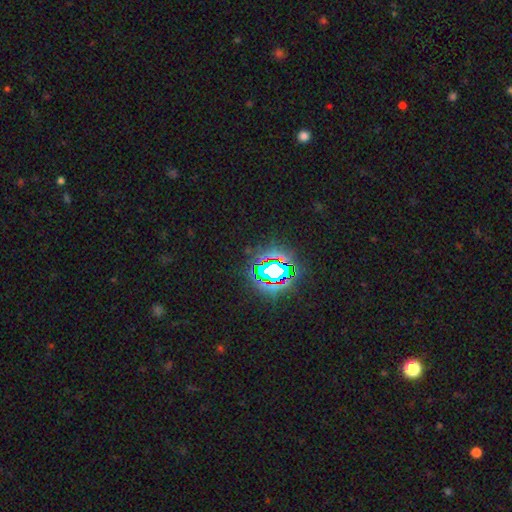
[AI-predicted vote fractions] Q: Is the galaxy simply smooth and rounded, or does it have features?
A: star or artifact — 81%.